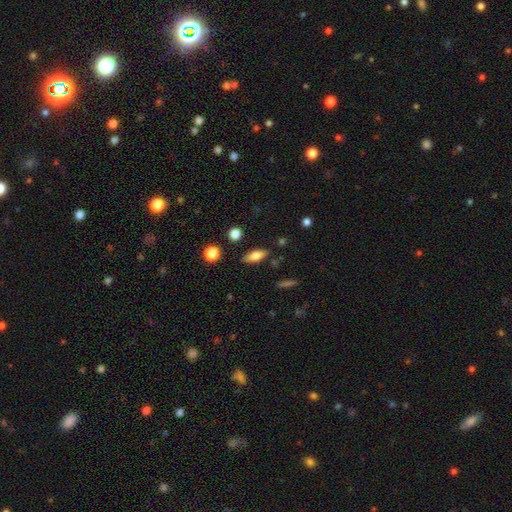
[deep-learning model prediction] A smooth galaxy with no disk features (71%) that is in between round and cigar-shaped (66%). Merging: none (83%).